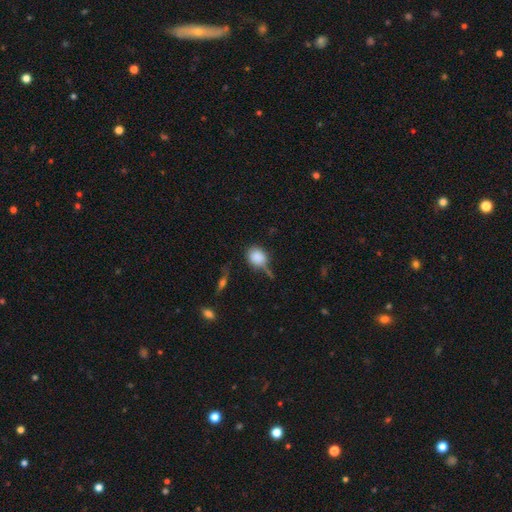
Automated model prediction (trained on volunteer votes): smooth_or_featured: smooth (p=0.82) [alt: star or artifact p=0.09]
how_rounded: round (p=0.70) [alt: in between p=0.28]
merging: none (p=0.47) [alt: minor disturbance p=0.29]